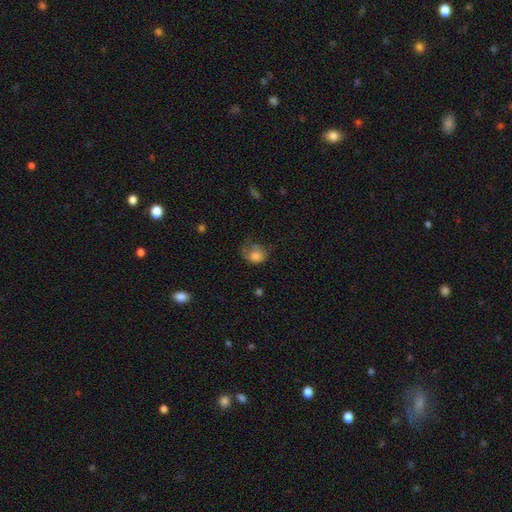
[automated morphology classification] This appears to be a smooth galaxy with no disk features (79%) that is round (57%). Merging: none (36%).